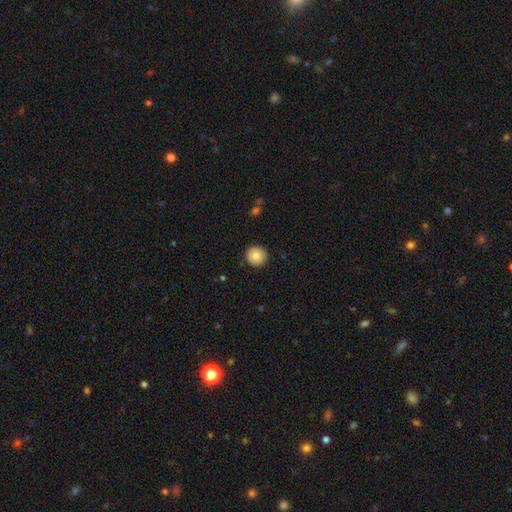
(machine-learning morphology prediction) This is clearly a smooth galaxy (83%). How rounded: clearly round (94%). Merging: clearly none (90%).